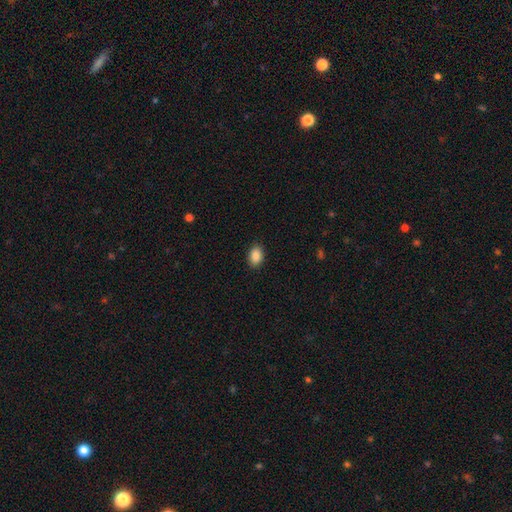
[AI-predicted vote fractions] The model was most divided on "how rounded": in between: 85%, round: 14%, cigar-shaped: 1%. More confident: merging — none (89%); smooth or featured — smooth (88%).